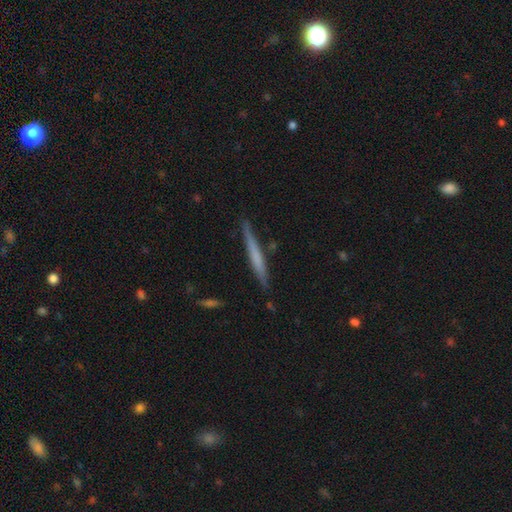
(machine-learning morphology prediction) Smooth or featured? Predicted: smooth (p=0.48). Merging? Predicted: none (p=0.86).